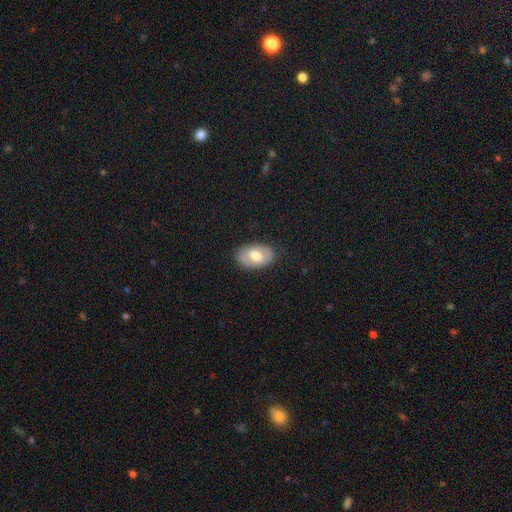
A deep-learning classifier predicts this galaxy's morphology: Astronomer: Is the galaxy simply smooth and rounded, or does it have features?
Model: smooth — 64%.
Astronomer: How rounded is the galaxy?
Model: in between — 91%.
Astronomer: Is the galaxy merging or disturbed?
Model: none — 84%.